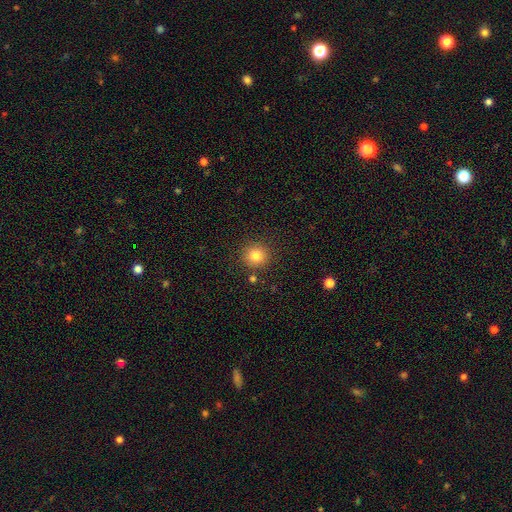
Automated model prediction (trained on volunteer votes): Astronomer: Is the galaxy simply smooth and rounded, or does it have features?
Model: smooth — 82%.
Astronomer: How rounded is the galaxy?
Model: round — 93%.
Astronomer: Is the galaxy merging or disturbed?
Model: none — 87%.